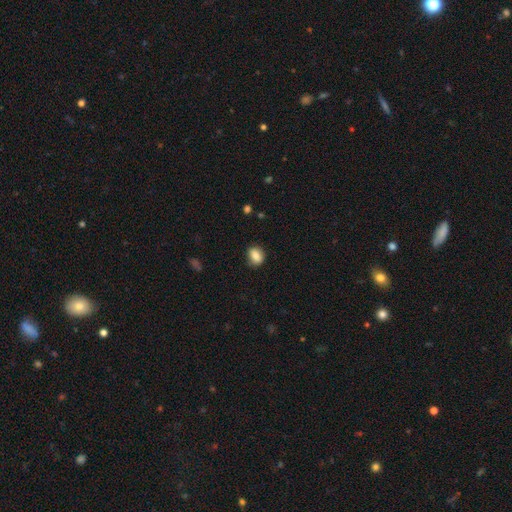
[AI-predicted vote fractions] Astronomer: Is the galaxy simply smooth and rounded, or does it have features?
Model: smooth — 85%.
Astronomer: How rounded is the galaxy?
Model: in between — 55% (runner-up: round, 43%).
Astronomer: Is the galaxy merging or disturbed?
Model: none — 83%.